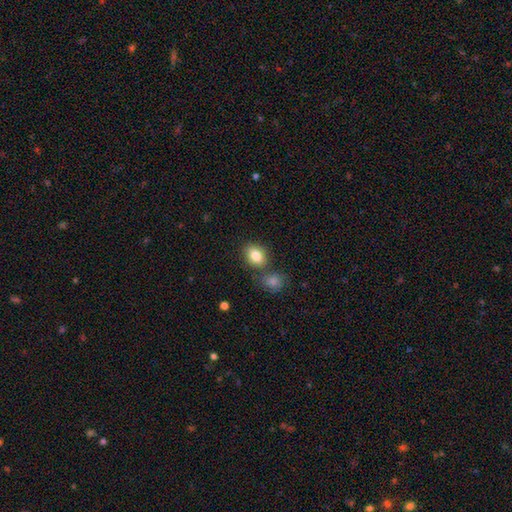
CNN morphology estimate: Smooth or featured? Predicted: smooth (p=0.84). How rounded? Predicted: in between (p=0.65). Merging? Predicted: none (p=0.66).